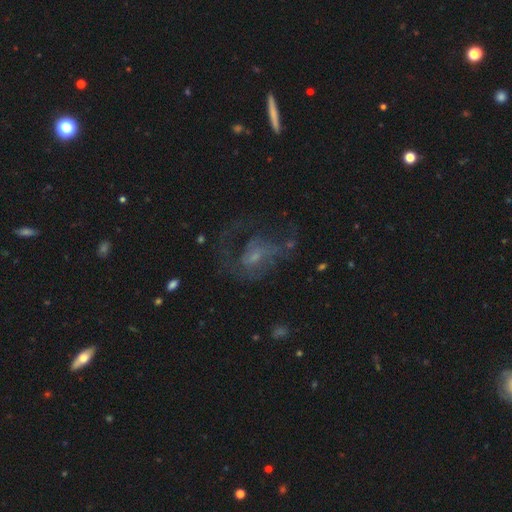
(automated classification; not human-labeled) Smooth or featured: featured or disk — 66% (smooth — 21%)
Edge-on disk: no — 97% (yes — 3%)
Bar: no — 56% (weak — 37%)
Spiral arms: yes — 68% (no — 32%)
Bulge size: small — 58% (moderate — 22%)
Merging: major disturbance — 41% (none — 39%)